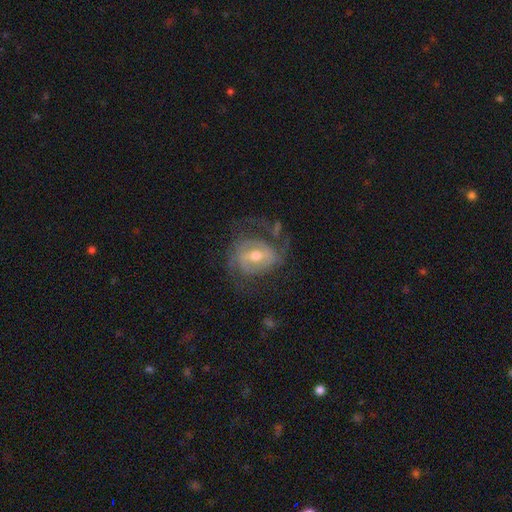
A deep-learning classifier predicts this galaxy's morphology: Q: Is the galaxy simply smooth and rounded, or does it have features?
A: featured or disk — 82%.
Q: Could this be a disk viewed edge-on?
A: no — 97%.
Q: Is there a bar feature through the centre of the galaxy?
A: weak — 48%.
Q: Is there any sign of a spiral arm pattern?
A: yes — 87%.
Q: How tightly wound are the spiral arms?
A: medium — 41%.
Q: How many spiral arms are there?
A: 2 — 47%.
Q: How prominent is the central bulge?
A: moderate — 68%.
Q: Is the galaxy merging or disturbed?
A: none — 54%.